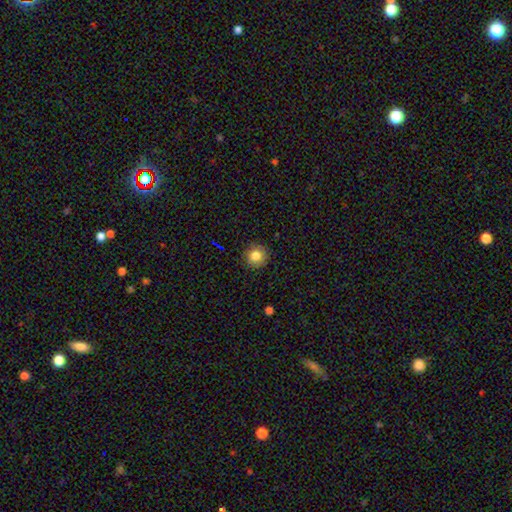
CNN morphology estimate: A smooth galaxy with no disk features (82%) that is round (93%). Merging: none (89%).